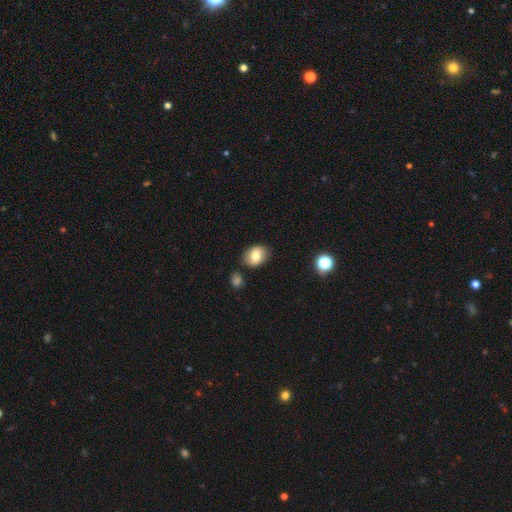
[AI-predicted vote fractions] Overall: smooth (75%). How rounded: in between (64%; round 35%). Merging: none (78%).